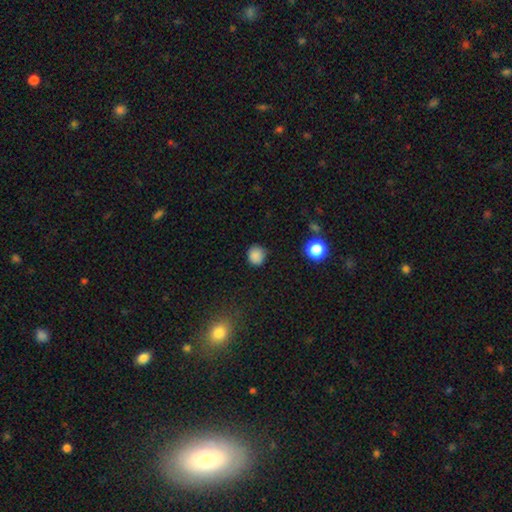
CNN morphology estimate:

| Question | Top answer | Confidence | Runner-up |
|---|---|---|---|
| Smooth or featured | smooth | 86% | star or artifact (11%) |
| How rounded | round | 87% | in between (12%) |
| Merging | none | 87% | minor disturbance (9%) |